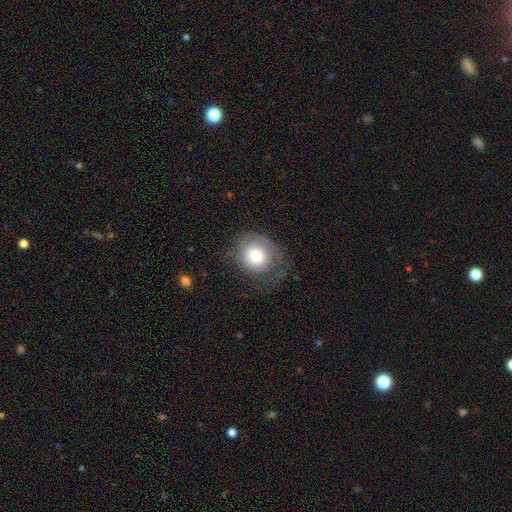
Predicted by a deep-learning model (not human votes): This appears to be a smooth galaxy with no disk features (75%) that is round (79%). Merging: none (56%).